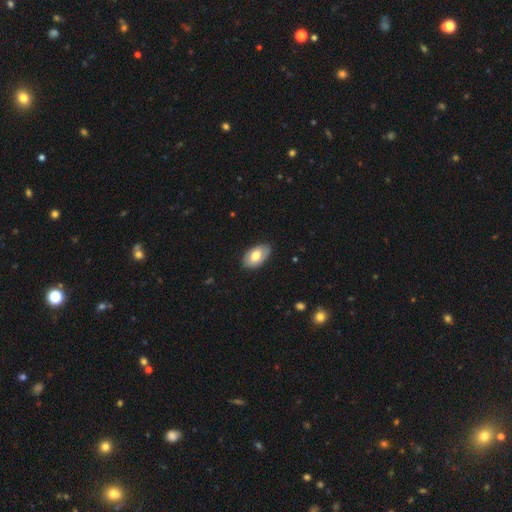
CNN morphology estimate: smooth 68%, featured or disk 26%, star or artifact 6%. Down the decision tree: how rounded — in between (94%); merging — none (82%).